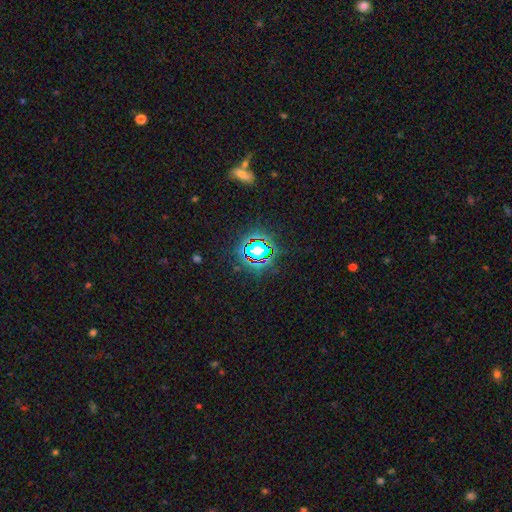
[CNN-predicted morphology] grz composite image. It shows a star or artifact, not a galaxy (70%).